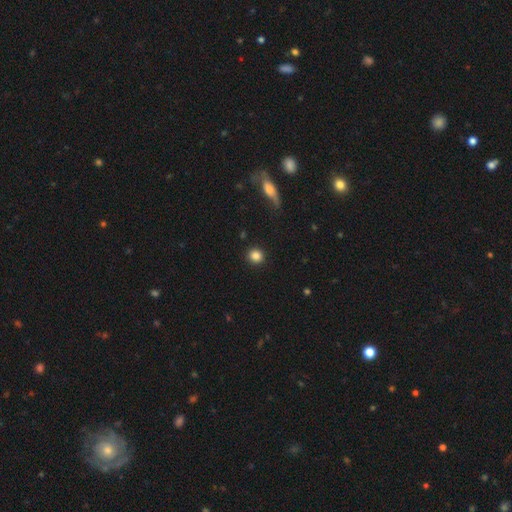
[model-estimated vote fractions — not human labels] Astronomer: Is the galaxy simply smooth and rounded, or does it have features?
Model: smooth — 86%.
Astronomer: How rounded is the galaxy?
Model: round — 92%.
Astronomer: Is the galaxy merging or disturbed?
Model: none — 91%.